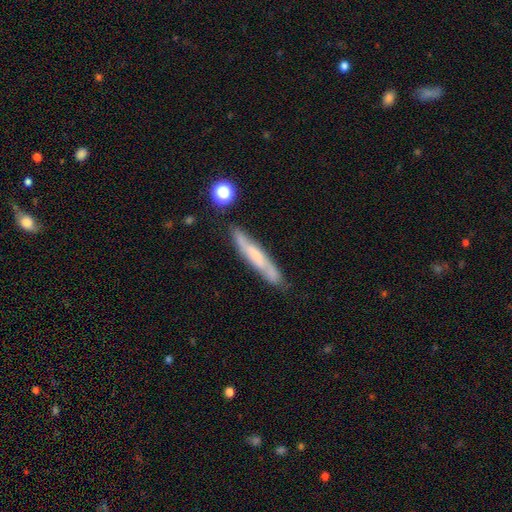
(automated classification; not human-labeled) Smooth or featured? featured or disk (52%)
Edge-on disk? yes (67%)
Merging? none (76%)